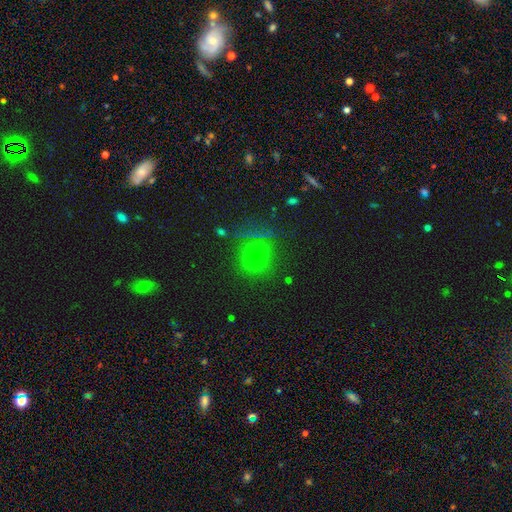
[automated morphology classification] Smooth or featured: smooth — 65% (star or artifact — 24%)
How rounded: round — 86% (in between — 13%)
Merging: none — 79% (minor disturbance — 11%)